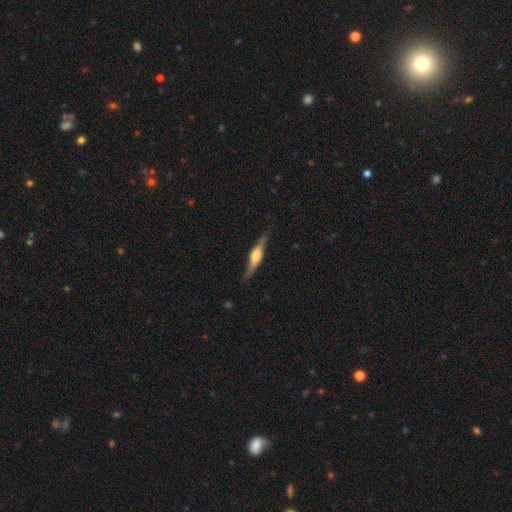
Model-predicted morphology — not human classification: Q: Smooth or featured?
A: featured or disk (72%); runner-up: smooth (23%)
Q: Edge-on disk?
A: yes (96%); runner-up: no (4%)
Q: Edge-on bulge?
A: rounded (81%); runner-up: boxy (16%)
Q: Merging?
A: none (83%); runner-up: minor disturbance (13%)